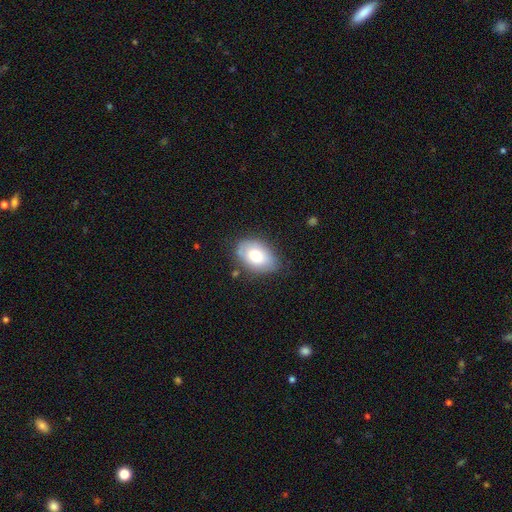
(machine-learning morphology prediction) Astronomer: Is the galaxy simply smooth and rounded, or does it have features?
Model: smooth — 74%.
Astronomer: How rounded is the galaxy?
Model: in between — 90%.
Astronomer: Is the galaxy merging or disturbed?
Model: none — 73%.